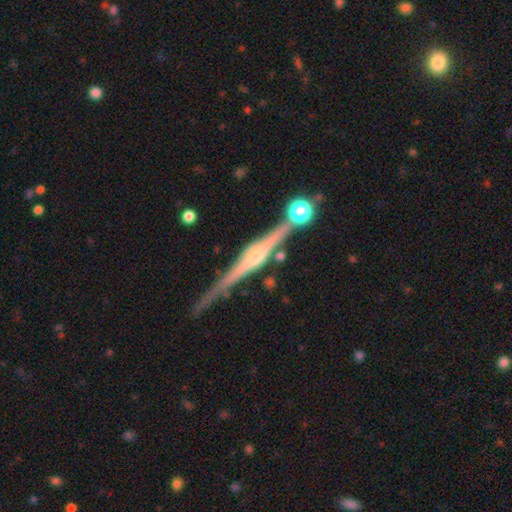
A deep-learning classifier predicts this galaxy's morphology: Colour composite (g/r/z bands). It shows a featured or disk galaxy (85%) viewed edge-on (98%) with a rounded central bulge (65%). Merging: none (81%).